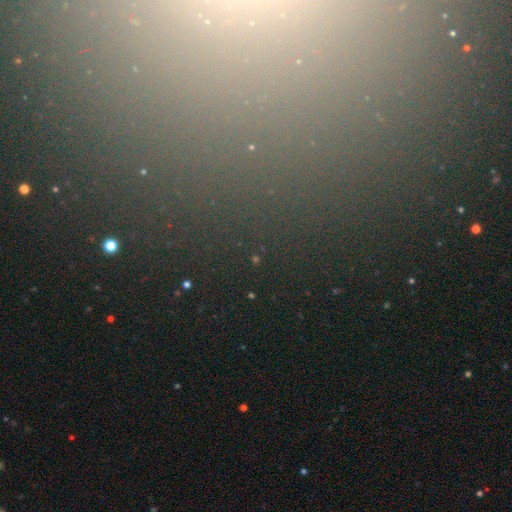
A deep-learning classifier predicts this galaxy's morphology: Smooth or featured: star or artifact — 70% (smooth — 17%)